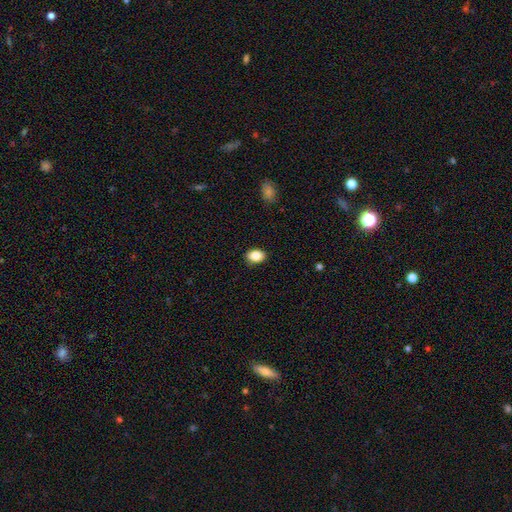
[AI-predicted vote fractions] Morphology: type=smooth (86%); roundness=in between (78%); merging=none (87%).